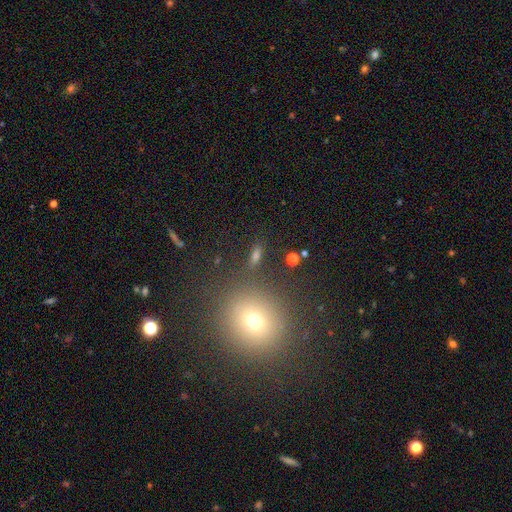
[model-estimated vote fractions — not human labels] Morphology: type=smooth (54%); roundness=round (76%); merging=none (85%).